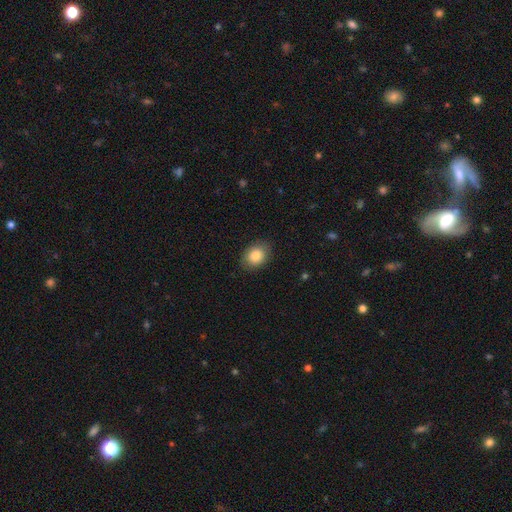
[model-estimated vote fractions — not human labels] Morphology: type=smooth (84%); roundness=in between (66%); merging=none (84%).